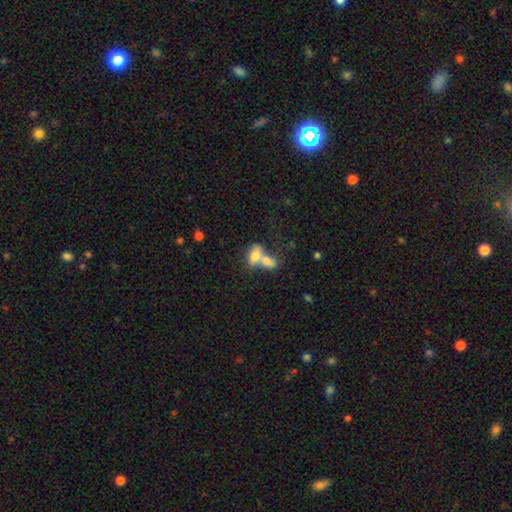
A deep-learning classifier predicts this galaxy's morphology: Smooth or featured? smooth (75%)
How rounded? in between (86%)
Merging? merger (70%)